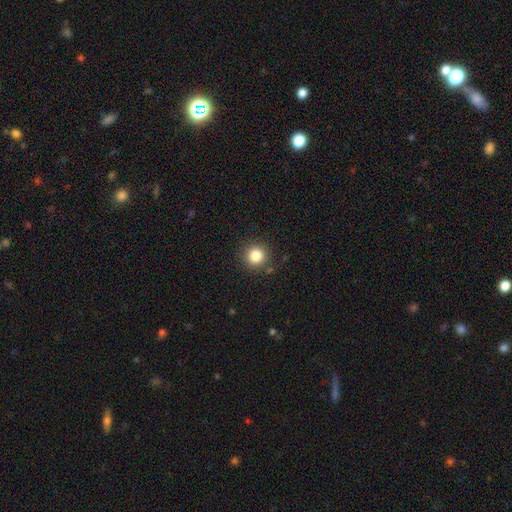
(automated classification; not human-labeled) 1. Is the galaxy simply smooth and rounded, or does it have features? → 83% smooth, 12% star or artifact, 6% featured or disk.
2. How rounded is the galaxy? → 94% round, 5% in between, 1% cigar-shaped.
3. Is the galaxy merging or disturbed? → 89% none, 7% minor disturbance, 2% major disturbance, 2% merger.